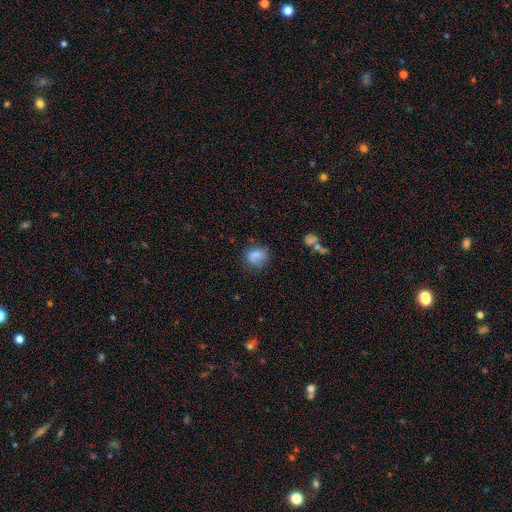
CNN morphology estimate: smooth-or-featured: smooth: 80% | star or artifact: 11% | featured or disk: 9%
  how-rounded: round: 58% | in between: 41% | cigar-shaped: 1%
  merging: none: 67% | minor disturbance: 22% | major disturbance: 8% | merger: 3%